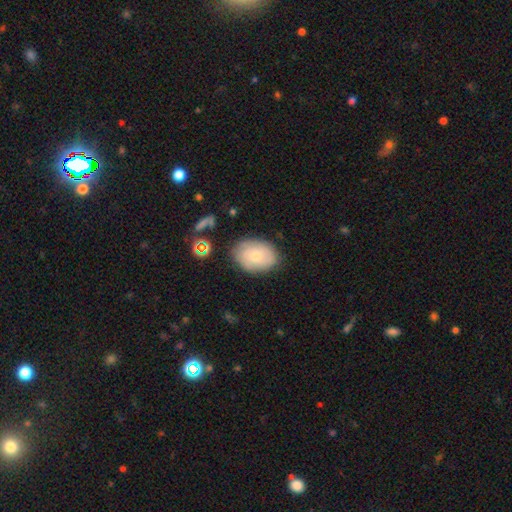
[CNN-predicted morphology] smooth-or-featured: smooth: 71% | featured or disk: 21% | star or artifact: 8%
  how-rounded: in between: 75% | round: 24% | cigar-shaped: 1%
  merging: none: 77% | minor disturbance: 16% | major disturbance: 4% | merger: 2%